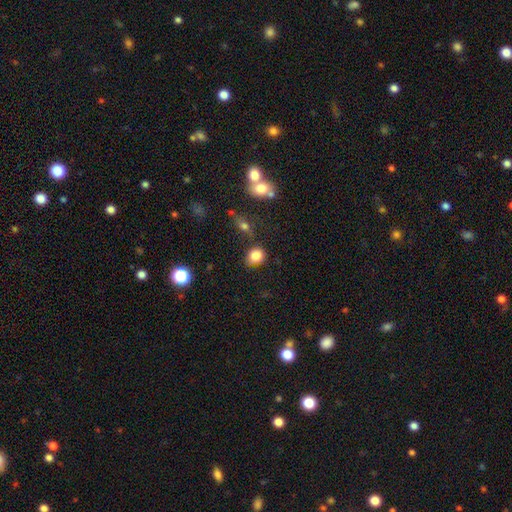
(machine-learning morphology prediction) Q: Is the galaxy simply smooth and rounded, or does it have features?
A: smooth — 83%.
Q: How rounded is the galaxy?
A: round — 71%.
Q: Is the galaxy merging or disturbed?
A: none — 67%.